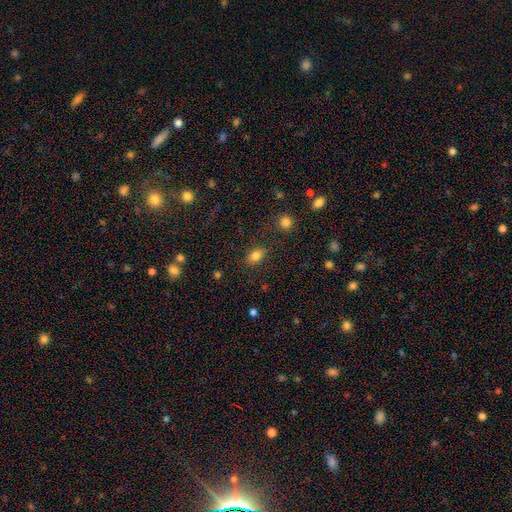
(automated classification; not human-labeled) A smooth galaxy with no disk features (82%) that is in between round and cigar-shaped (76%). Merging: none (83%).